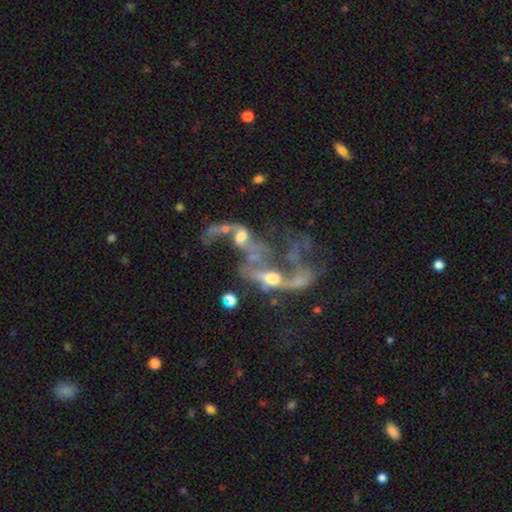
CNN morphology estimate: Smooth or featured? Predicted: featured or disk (p=0.67). Edge-on disk? Predicted: no (p=0.92). Bar? Predicted: no (p=0.70). Spiral arms? Predicted: no (p=0.53). Bulge size? Predicted: moderate (p=0.44). Merging? Predicted: merger (p=0.61).